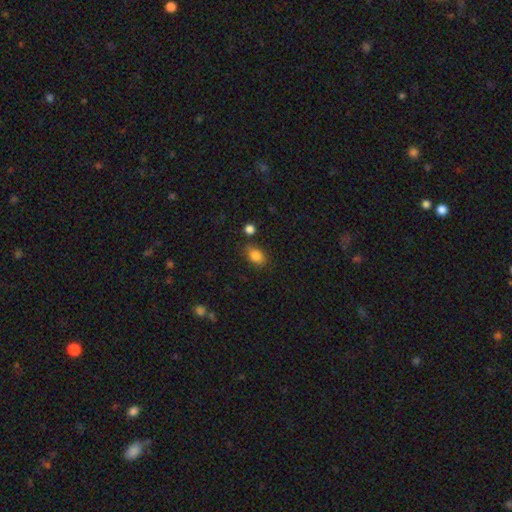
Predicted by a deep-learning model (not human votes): Smooth or featured?
  - smooth: 84% *
  - star or artifact: 10%
  - featured or disk: 6%
How rounded?
  - in between: 80% *
  - round: 18%
  - cigar-shaped: 2%
Merging?
  - none: 77% *
  - minor disturbance: 14%
  - merger: 5%
  - major disturbance: 3%